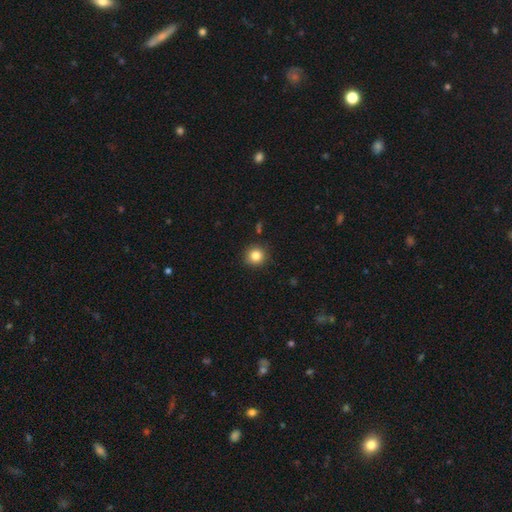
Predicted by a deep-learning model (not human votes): smooth-or-featured: smooth: 83% | star or artifact: 11% | featured or disk: 6%
  how-rounded: round: 93% | in between: 6% | cigar-shaped: 1%
  merging: none: 90% | minor disturbance: 7% | major disturbance: 2% | merger: 1%